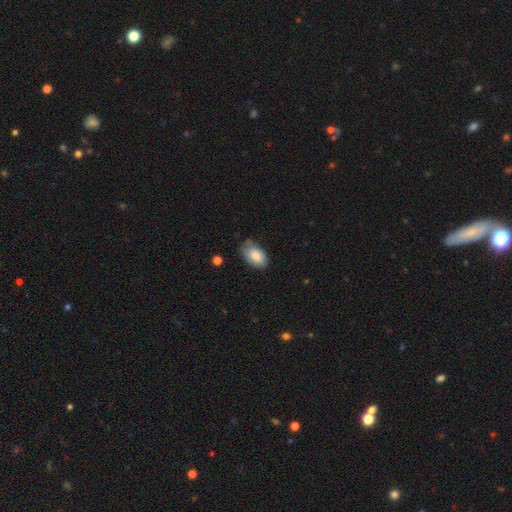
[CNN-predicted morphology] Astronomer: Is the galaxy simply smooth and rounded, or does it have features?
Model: smooth — 84%.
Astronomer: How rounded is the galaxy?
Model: in between — 93%.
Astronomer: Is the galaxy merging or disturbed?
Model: none — 61%.